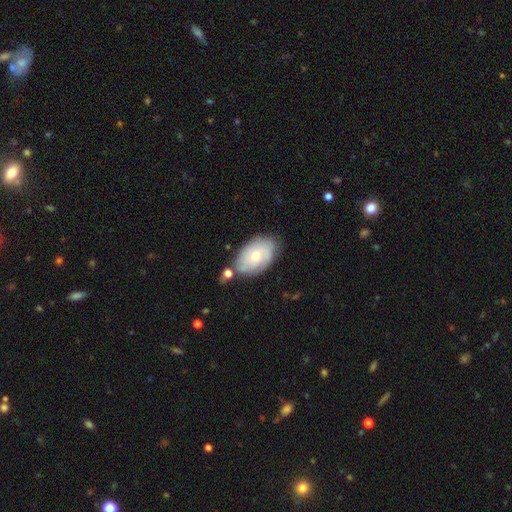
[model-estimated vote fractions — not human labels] Overall: smooth (58%; featured or disk 36%). How rounded: in between (89%). Merging: none (65%).